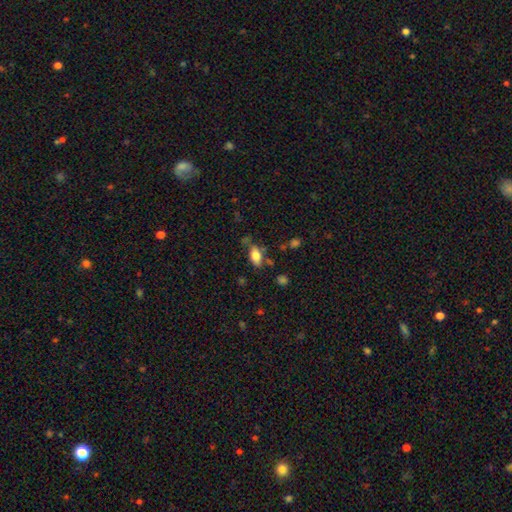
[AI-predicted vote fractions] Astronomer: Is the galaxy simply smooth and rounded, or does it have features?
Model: smooth — 76%.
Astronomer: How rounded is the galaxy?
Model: in between — 87%.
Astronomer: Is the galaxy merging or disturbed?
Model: none — 66%.